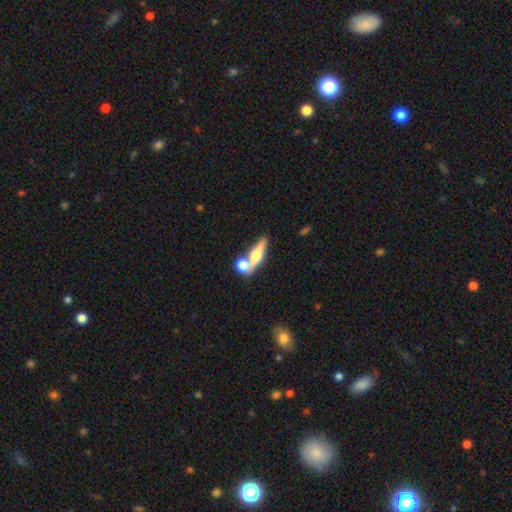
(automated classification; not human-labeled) A featured or disk galaxy (48%).

Vote fractions:
- Smooth or featured? featured or disk: 48% / smooth: 44% / star or artifact: 8%
- Merging? none: 49% / merger: 36% / minor disturbance: 10% / major disturbance: 5%